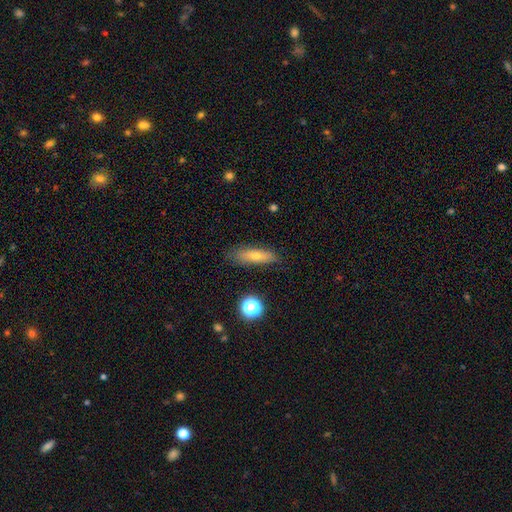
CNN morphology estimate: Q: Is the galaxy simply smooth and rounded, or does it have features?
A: smooth — 64%.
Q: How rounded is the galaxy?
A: cigar-shaped — 66%.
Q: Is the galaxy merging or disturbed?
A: none — 84%.